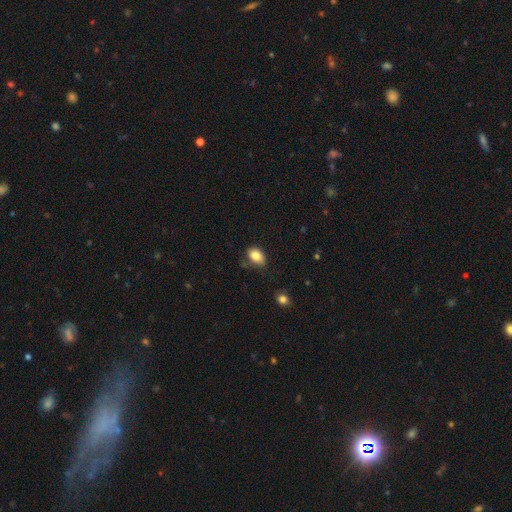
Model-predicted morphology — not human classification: Smooth or featured? smooth (84%)
How rounded? in between (81%)
Merging? none (68%)